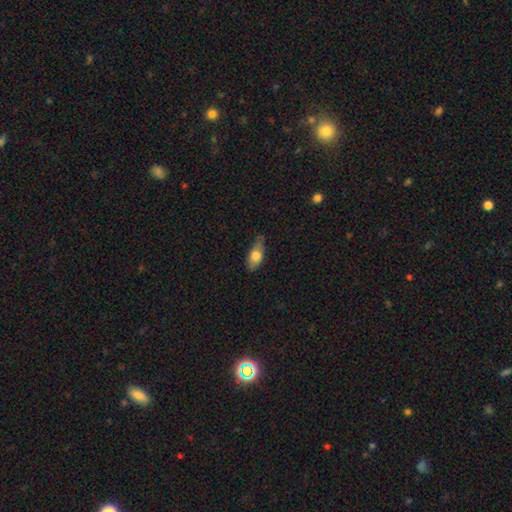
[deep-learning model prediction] smooth 72%, featured or disk 21%, star or artifact 7%. Down the decision tree: how rounded — in between (83%); merging — none (59%).